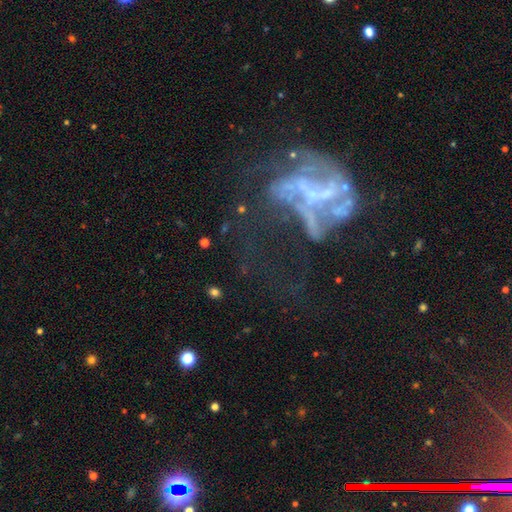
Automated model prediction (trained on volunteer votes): smooth_or_featured: featured or disk (p=0.63) [alt: star or artifact p=0.24]
disk_edge_on: no (p=0.95) [alt: yes p=0.05]
bar: no (p=0.66) [alt: weak p=0.20]
has_spiral_arms: no (p=0.59) [alt: yes p=0.41]
bulge_size: none (p=0.58) [alt: small p=0.27]
merging: major disturbance (p=0.50) [alt: none p=0.25]